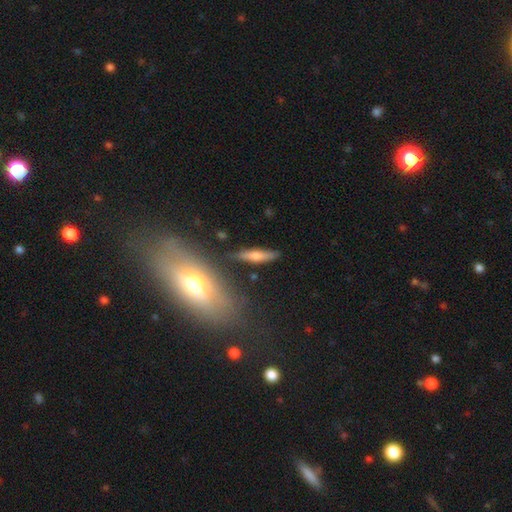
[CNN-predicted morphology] Smooth or featured?
  - smooth: 55% *
  - featured or disk: 37%
  - star or artifact: 8%
How rounded?
  - cigar-shaped: 78% *
  - in between: 19%
  - round: 3%
Merging?
  - none: 79% *
  - minor disturbance: 13%
  - merger: 4%
  - major disturbance: 4%